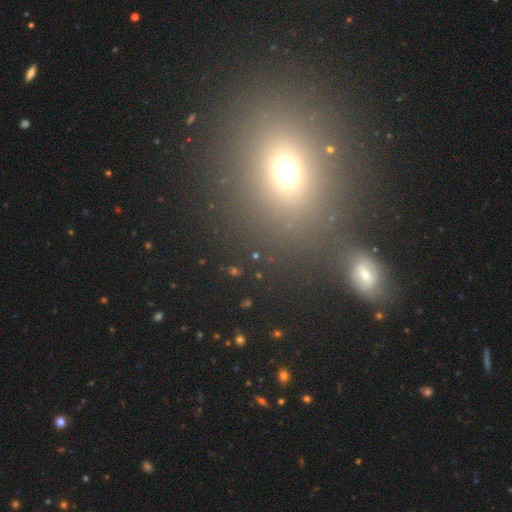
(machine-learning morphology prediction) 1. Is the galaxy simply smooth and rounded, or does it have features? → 49% star or artifact, 39% smooth, 12% featured or disk.